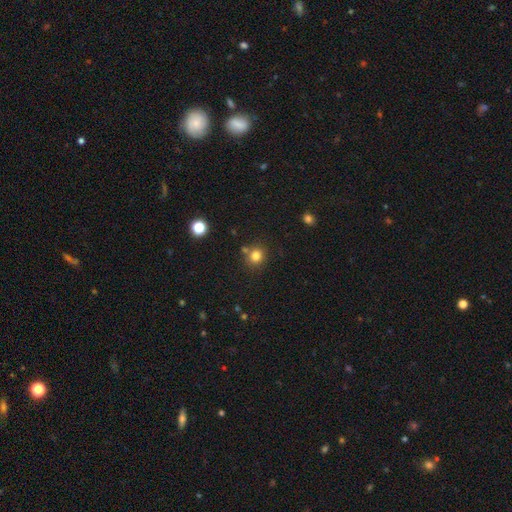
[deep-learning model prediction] This appears to be a smooth galaxy with no disk features (80%) that is round (85%). Merging: none (75%).